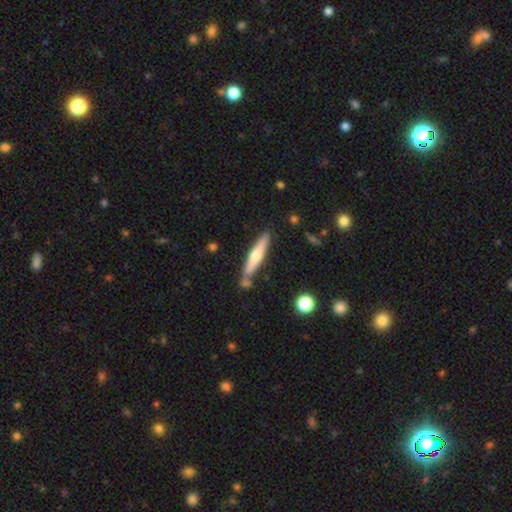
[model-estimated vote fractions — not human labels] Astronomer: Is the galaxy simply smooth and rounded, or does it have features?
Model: smooth — 50% (runner-up: featured or disk, 45%).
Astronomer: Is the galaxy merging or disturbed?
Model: none — 77%.